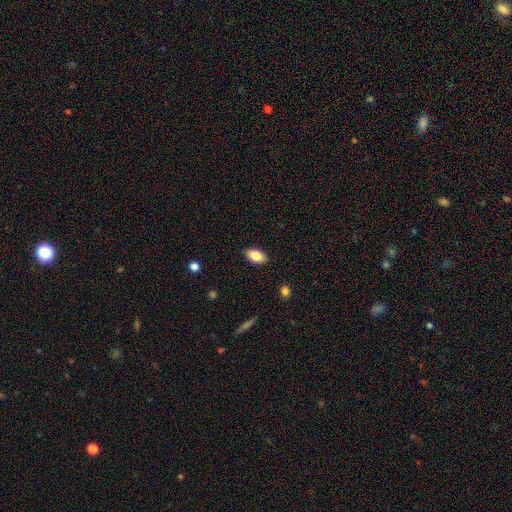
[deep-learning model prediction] This appears to be a smooth galaxy with no disk features (84%) that is in between round and cigar-shaped (92%). Merging: none (88%).